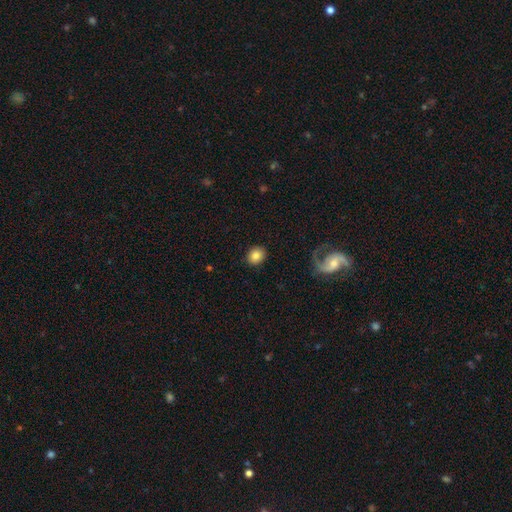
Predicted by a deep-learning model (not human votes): smooth_or_featured: smooth (p=0.83) [alt: star or artifact p=0.09]
how_rounded: round (p=0.69) [alt: in between p=0.30]
merging: none (p=0.89) [alt: minor disturbance p=0.07]